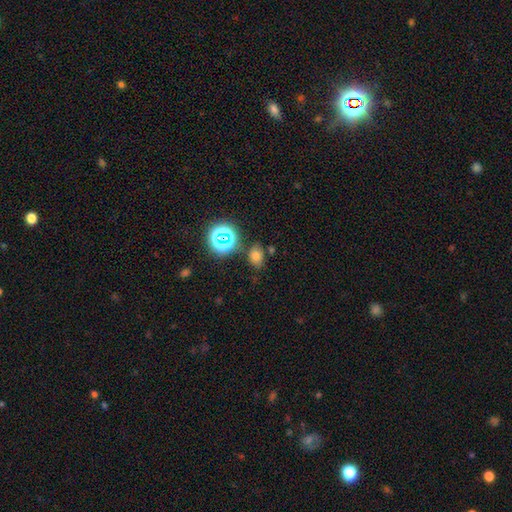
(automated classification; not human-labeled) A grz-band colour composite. It shows a smooth galaxy with no disk features (68%) that is in between round and cigar-shaped (68%). Merging: none (75%).